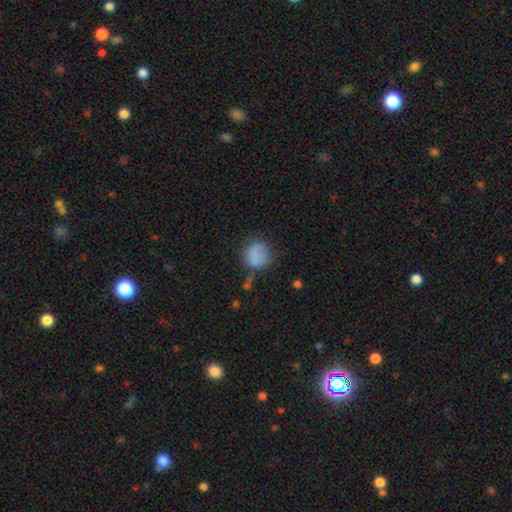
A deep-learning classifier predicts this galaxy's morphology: Smooth or featured? Predicted: smooth (p=0.77). How rounded? Predicted: round (p=0.81). Merging? Predicted: none (p=0.54).